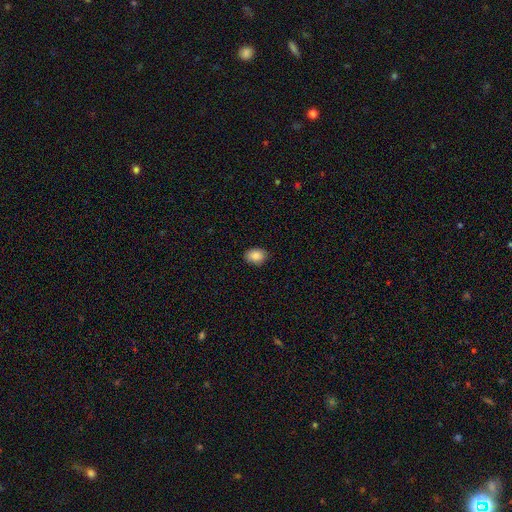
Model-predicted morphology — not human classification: Smooth or featured?
  - smooth: 87% *
  - star or artifact: 8%
  - featured or disk: 4%
How rounded?
  - in between: 72% *
  - round: 27%
  - cigar-shaped: 1%
Merging?
  - none: 86% *
  - minor disturbance: 11%
  - major disturbance: 2%
  - merger: 1%